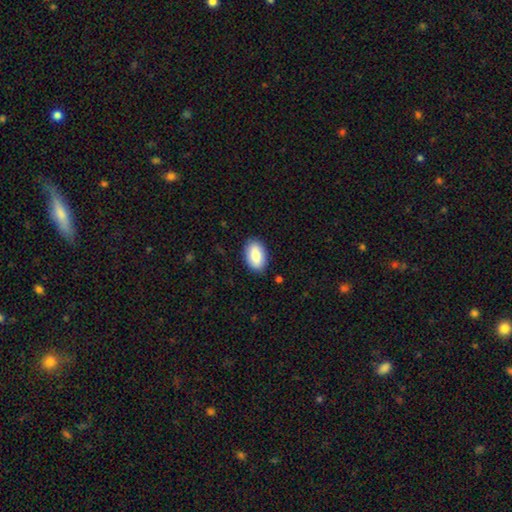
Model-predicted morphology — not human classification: The model was most divided on "smooth or featured": smooth: 81%, featured or disk: 13%, star or artifact: 6%. More confident: how rounded — in between (93%); merging — none (87%).